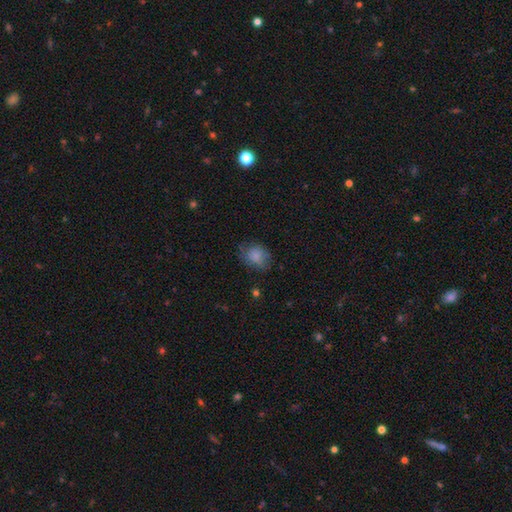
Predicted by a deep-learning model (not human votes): smooth 79%, featured or disk 11%, star or artifact 10%. Down the decision tree: how rounded — round (51%); merging — none (58%).